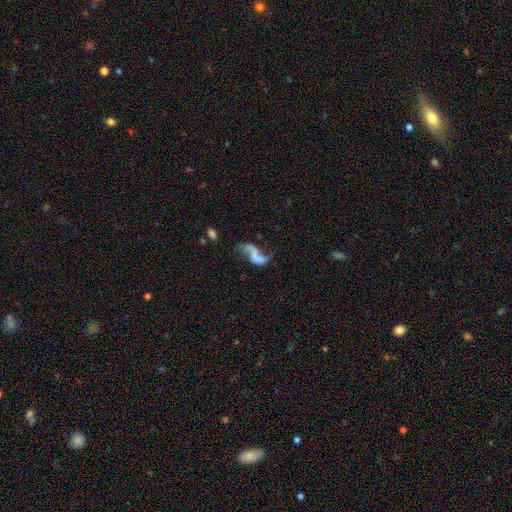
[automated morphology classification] Smooth or featured? featured or disk (70%)
Edge-on disk? no (96%)
Bar? no (48%)
Spiral arms? yes (80%)
Spiral winding? loose (88%)
Spiral arm count? 2 (83%)
Bulge size? none (68%)
Merging? none (41%)